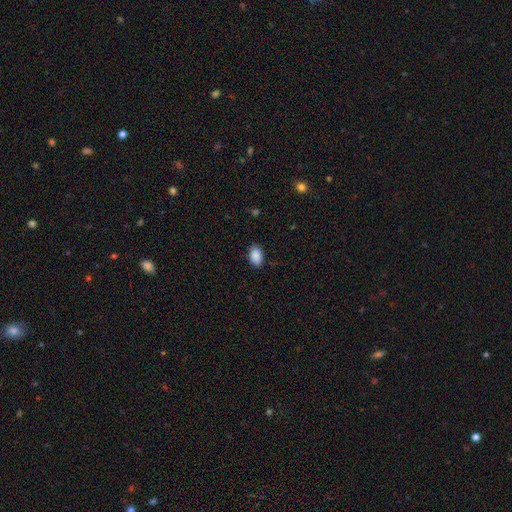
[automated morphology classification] A smooth galaxy with no disk features (90%) that is in between round and cigar-shaped (89%). Merging: none (85%).